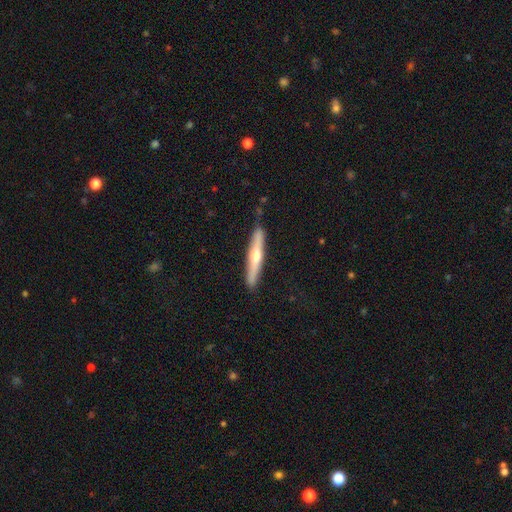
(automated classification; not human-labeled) A featured or disk galaxy (55%) viewed edge-on (94%) with a rounded central bulge (87%). Merging: none (86%).